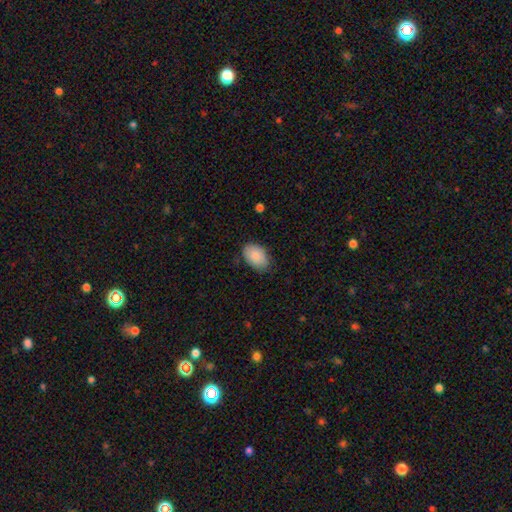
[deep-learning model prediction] Smooth or featured? smooth (87%)
How rounded? in between (89%)
Merging? none (77%)